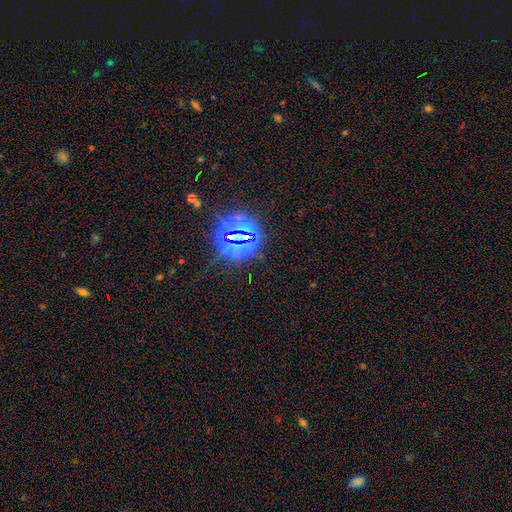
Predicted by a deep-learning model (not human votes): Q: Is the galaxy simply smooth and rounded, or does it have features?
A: star or artifact — 84%.